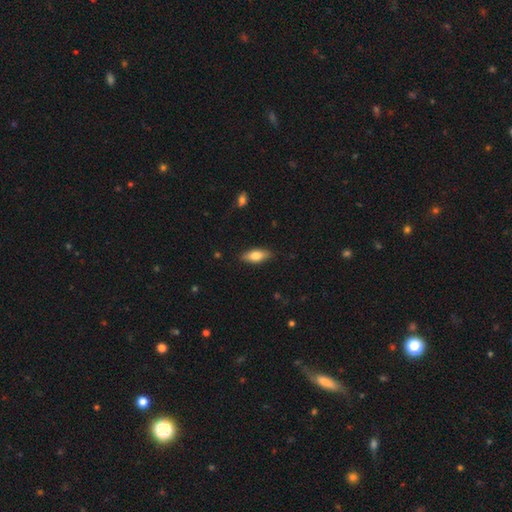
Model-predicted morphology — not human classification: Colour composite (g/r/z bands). It shows a smooth galaxy with no disk features (73%) that is in between round and cigar-shaped (77%). Merging: none (87%).